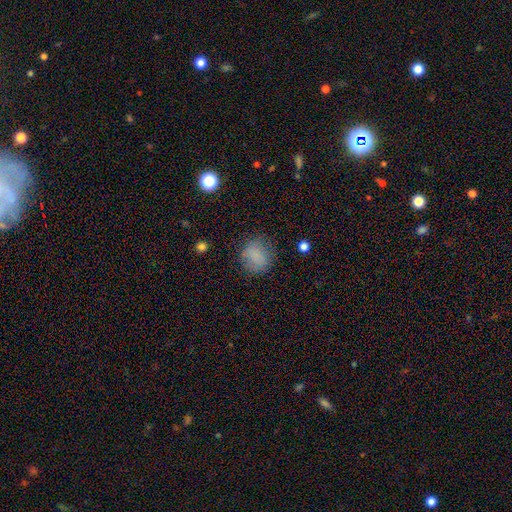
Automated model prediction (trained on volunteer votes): smooth-or-featured: smooth: 81% | star or artifact: 11% | featured or disk: 8%
  how-rounded: round: 75% | in between: 24% | cigar-shaped: 1%
  merging: none: 75% | minor disturbance: 17% | major disturbance: 7% | merger: 1%